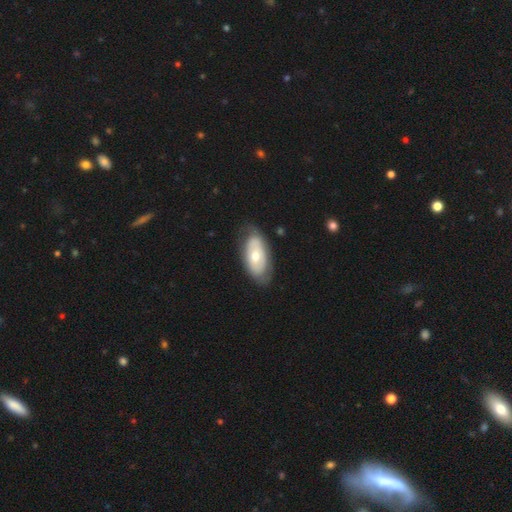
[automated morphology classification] Smooth or featured? featured or disk (48%)
Merging? none (72%)